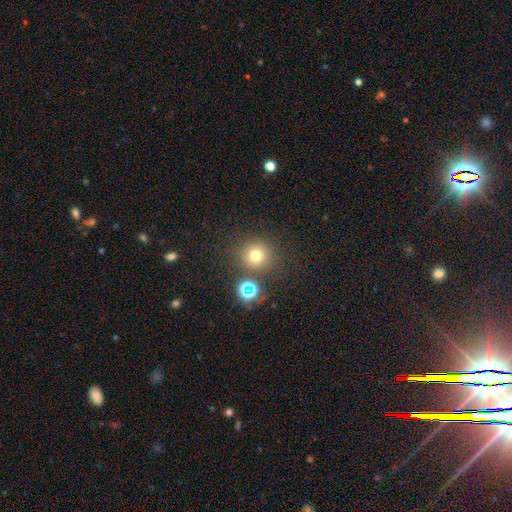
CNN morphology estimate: smooth-or-featured: smooth: 71% | star or artifact: 21% | featured or disk: 8%
  how-rounded: round: 93% | in between: 6% | cigar-shaped: 1%
  merging: none: 82% | minor disturbance: 8% | merger: 7% | major disturbance: 3%